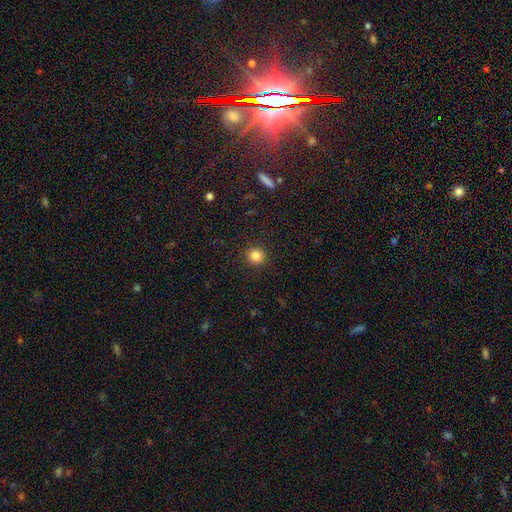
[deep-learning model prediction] This is clearly a smooth galaxy (84%). How rounded: clearly round (93%). Merging: clearly none (91%).